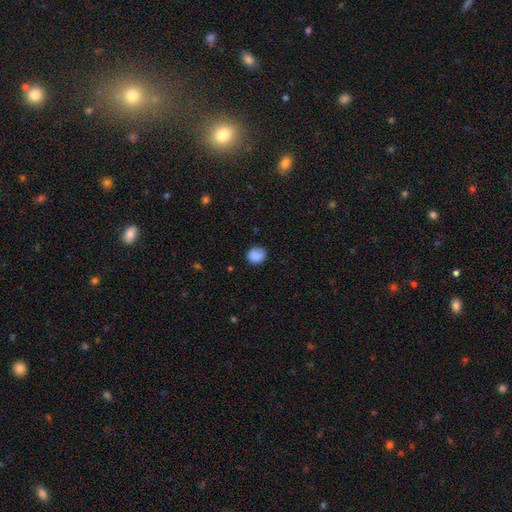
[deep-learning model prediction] Overall: smooth (87%). How rounded: round (82%). Merging: none (80%).